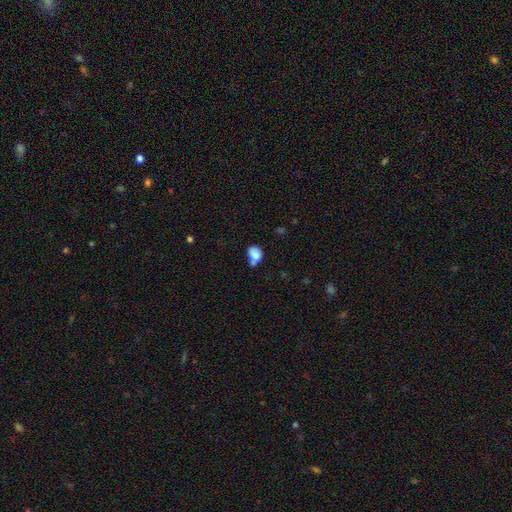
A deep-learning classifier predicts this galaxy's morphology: Smooth or featured? Predicted: smooth (p=0.76). How rounded? Predicted: in between (p=0.58). Merging? Predicted: merger (p=0.28, tied with minor disturbance).